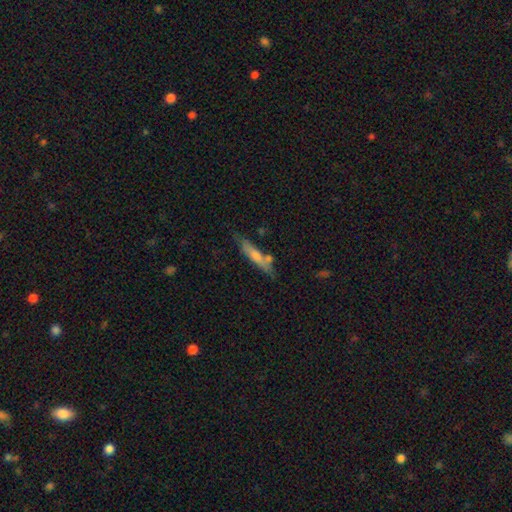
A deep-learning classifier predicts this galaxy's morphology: This appears to be a smooth galaxy with no disk features (49%). Merging: none (71%).